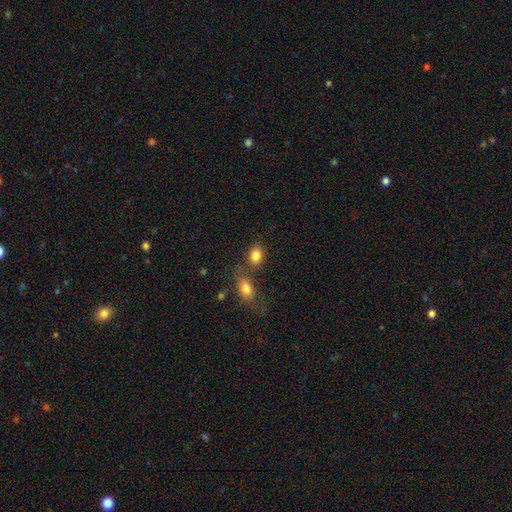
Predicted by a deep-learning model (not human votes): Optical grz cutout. It shows a smooth galaxy with no disk features (84%) that is in between round and cigar-shaped (75%). Merging: none (60%).